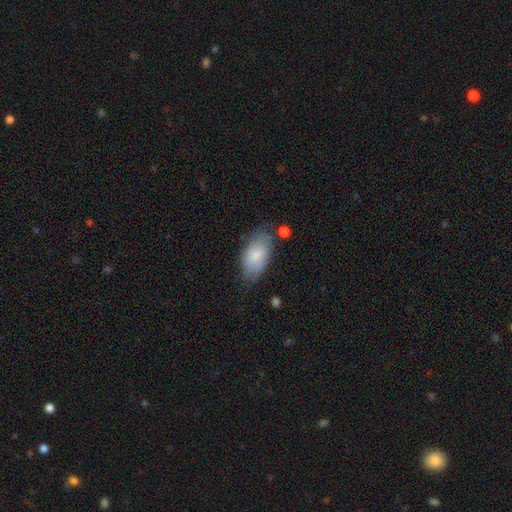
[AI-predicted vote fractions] Smooth or featured? Predicted: smooth (p=0.77). How rounded? Predicted: in between (p=0.94). Merging? Predicted: none (p=0.65).